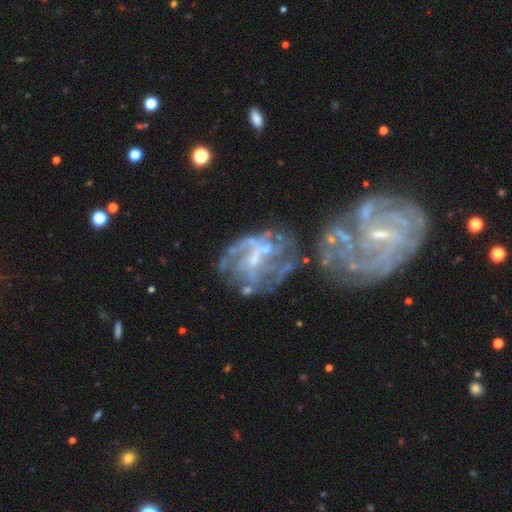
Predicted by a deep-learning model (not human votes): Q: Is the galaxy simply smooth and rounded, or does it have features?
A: featured or disk — 78%.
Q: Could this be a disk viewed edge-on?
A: no — 97%.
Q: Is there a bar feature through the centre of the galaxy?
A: weak — 43%.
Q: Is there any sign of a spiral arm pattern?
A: yes — 60%.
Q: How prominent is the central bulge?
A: small — 41%.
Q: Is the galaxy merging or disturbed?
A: none — 42%.